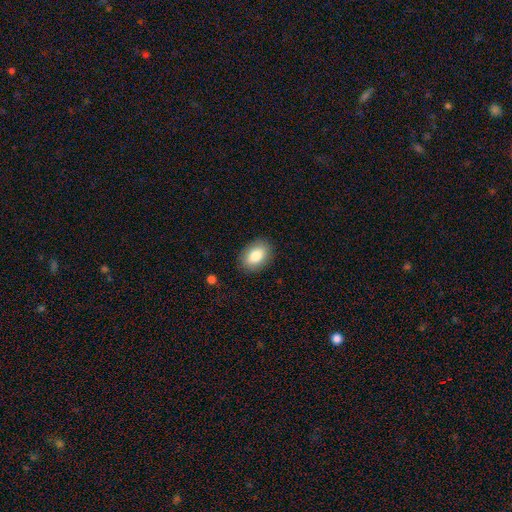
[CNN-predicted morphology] type=smooth (84%); roundness=in between (85%); merging=none (87%).